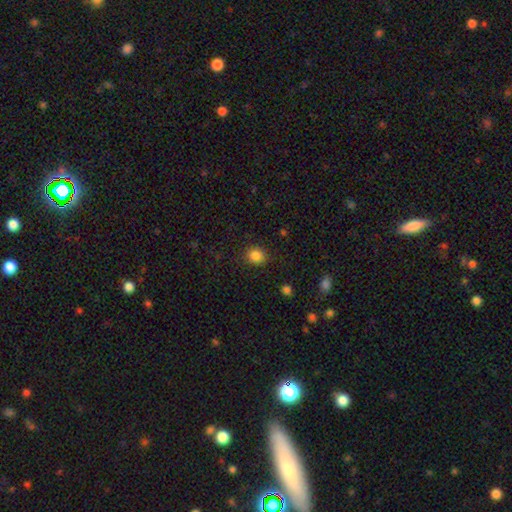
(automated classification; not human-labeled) A smooth galaxy with no disk features (85%) that is round (78%). Merging: none (87%).